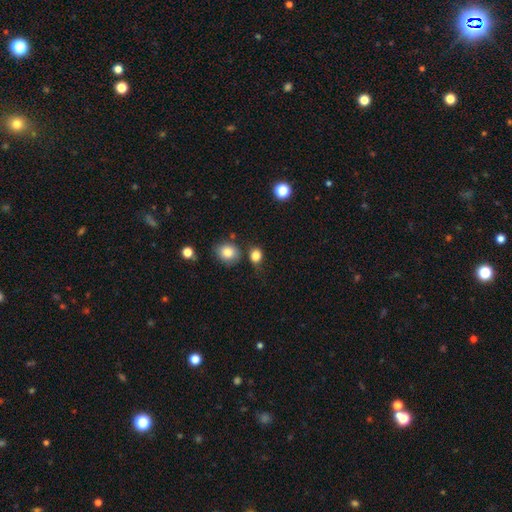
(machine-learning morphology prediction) This is clearly a smooth galaxy (84%). How rounded: likely round (60%). Merging: likely none (68%).